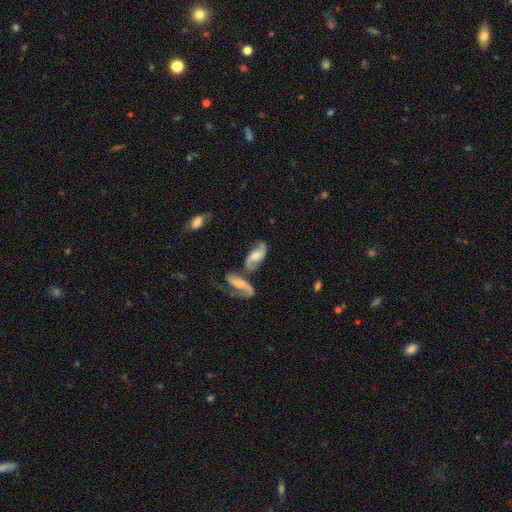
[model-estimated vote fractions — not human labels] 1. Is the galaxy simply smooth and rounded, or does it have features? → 75% featured or disk, 18% smooth, 7% star or artifact.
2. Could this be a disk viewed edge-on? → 93% no, 7% yes.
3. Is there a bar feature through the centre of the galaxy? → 53% no, 37% weak, 10% strong.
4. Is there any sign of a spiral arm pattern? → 93% yes, 7% no.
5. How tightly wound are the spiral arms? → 59% loose, 32% medium, 8% tight.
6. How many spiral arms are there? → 89% 2, 4% can't tell, 4% 1, 1% 3, 1% 4, 1% more than 4.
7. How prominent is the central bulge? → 43% moderate, 25% small, 17% large, 13% none, 2% dominant.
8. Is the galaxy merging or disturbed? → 42% none, 34% merger, 14% minor disturbance, 9% major disturbance.